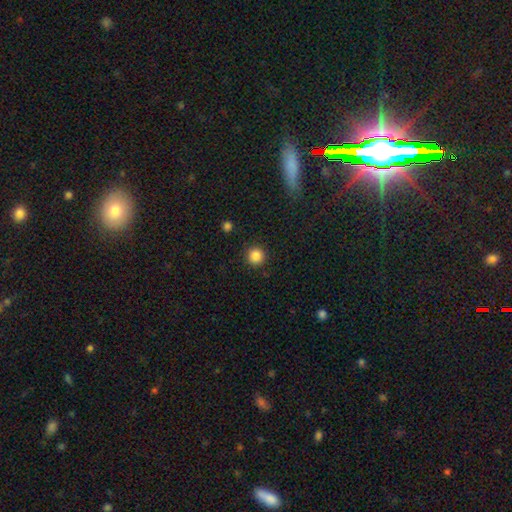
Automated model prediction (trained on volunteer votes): smooth_or_featured: smooth (p=0.85) [alt: star or artifact p=0.11]
how_rounded: round (p=0.95) [alt: in between p=0.04]
merging: none (p=0.91) [alt: minor disturbance p=0.05]